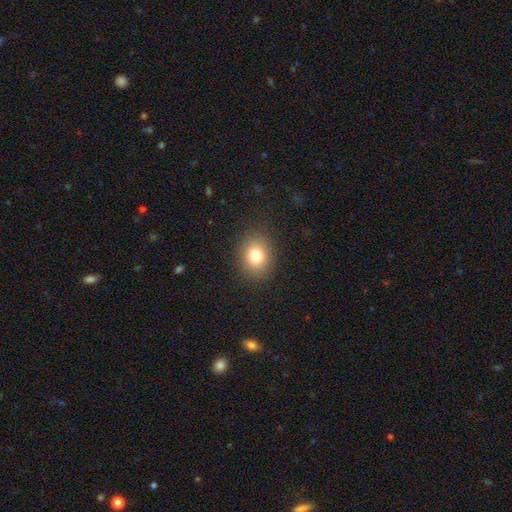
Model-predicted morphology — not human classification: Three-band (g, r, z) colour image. It shows a smooth galaxy with no disk features (80%) that is round (51%). Merging: none (87%).